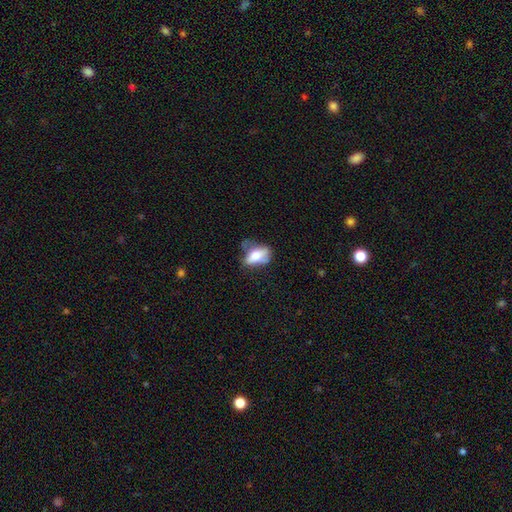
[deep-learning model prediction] Overall: smooth (57%; featured or disk 34%). How rounded: in between (82%). Merging: none (33%; major disturbance 31%).